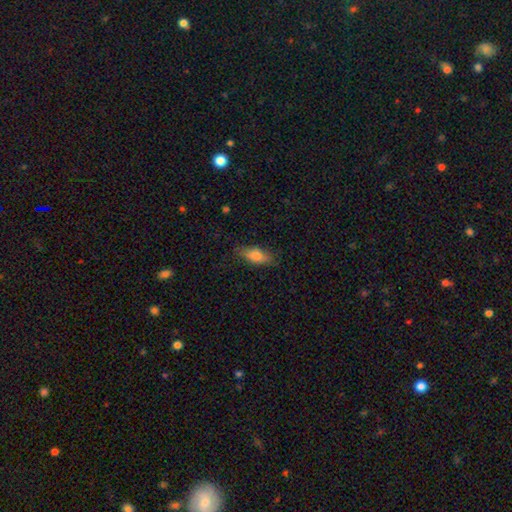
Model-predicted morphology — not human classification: smooth 76%, featured or disk 17%, star or artifact 7%. Down the decision tree: how rounded — in between (74%); merging — none (77%).